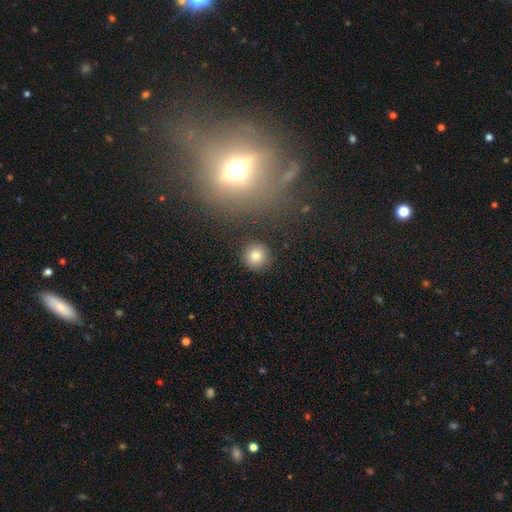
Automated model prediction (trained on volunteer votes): Smooth or featured: smooth — 82% (star or artifact — 11%)
How rounded: round — 94% (in between — 5%)
Merging: none — 90% (minor disturbance — 6%)